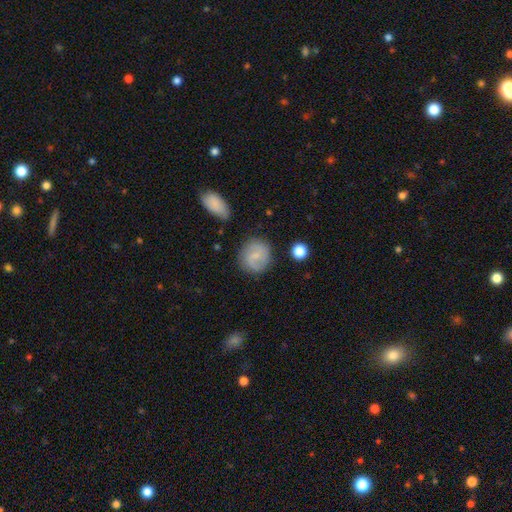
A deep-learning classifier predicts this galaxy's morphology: The model was most divided on "smooth or featured": smooth: 48%, featured or disk: 44%, star or artifact: 8%. More confident: merging — none (79%).